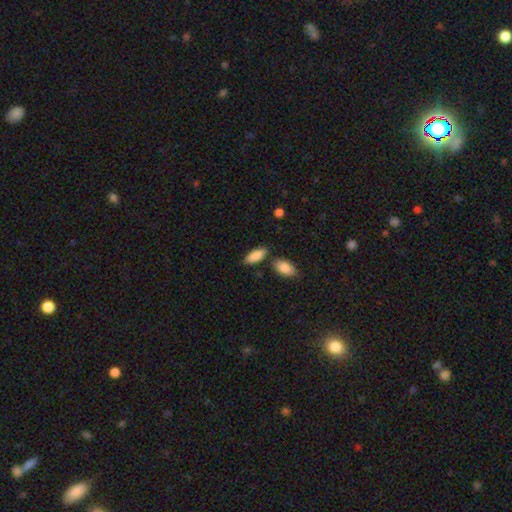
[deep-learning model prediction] Morphology: type=smooth (89%); roundness=in between (82%); merging=none (74%).